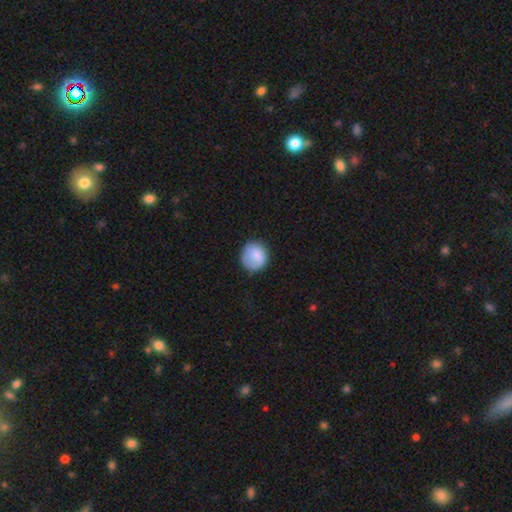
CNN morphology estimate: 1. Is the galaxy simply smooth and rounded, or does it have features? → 83% smooth, 10% featured or disk, 7% star or artifact.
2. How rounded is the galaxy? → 86% round, 13% in between, 1% cigar-shaped.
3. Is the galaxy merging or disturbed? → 76% none, 17% minor disturbance, 5% major disturbance, 1% merger.